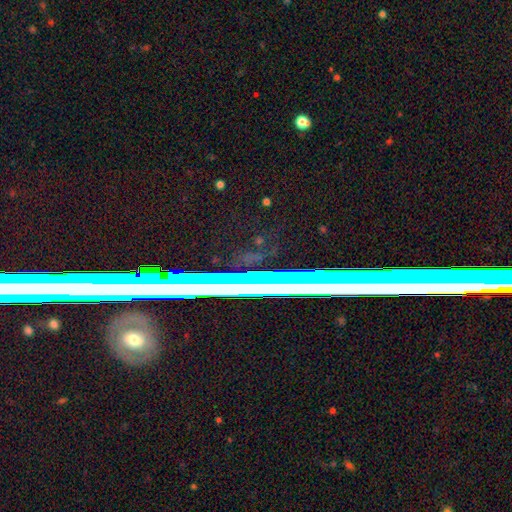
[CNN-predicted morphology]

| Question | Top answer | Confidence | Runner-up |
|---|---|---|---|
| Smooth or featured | star or artifact | 66% | featured or disk (22%) |